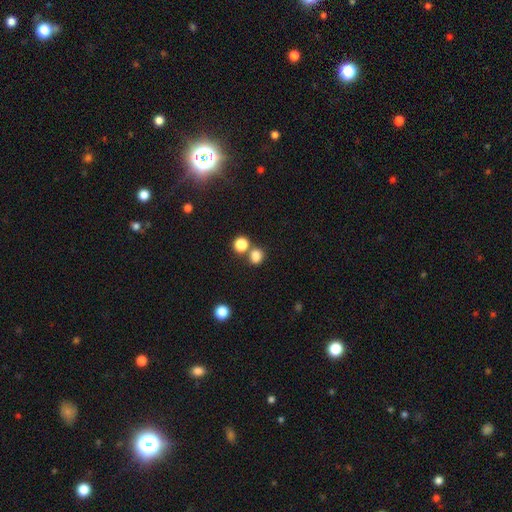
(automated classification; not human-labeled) This appears to be a smooth galaxy with no disk features (81%) that is round (65%). Merging: none (59%).